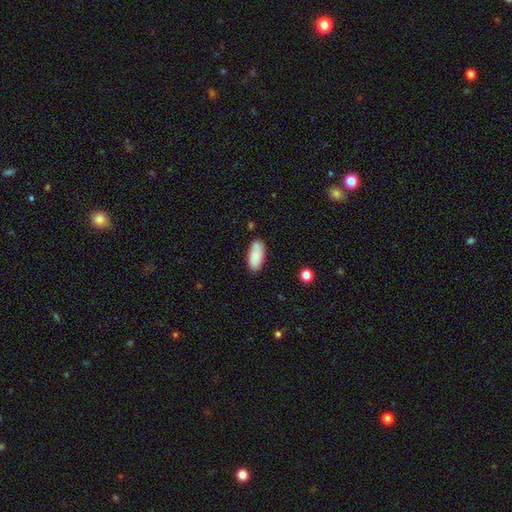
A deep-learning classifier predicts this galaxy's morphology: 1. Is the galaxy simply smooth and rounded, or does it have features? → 85% smooth, 8% featured or disk, 6% star or artifact.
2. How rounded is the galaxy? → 89% in between, 9% cigar-shaped, 2% round.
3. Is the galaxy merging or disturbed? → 82% none, 13% minor disturbance, 2% major disturbance, 2% merger.